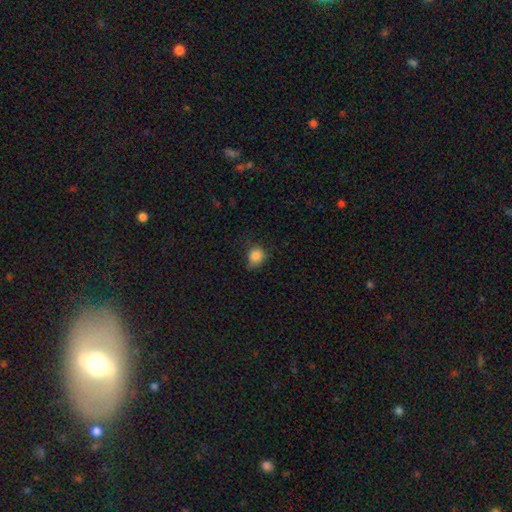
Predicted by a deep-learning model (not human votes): Smooth or featured? smooth (85%)
How rounded? round (71%)
Merging? none (60%)